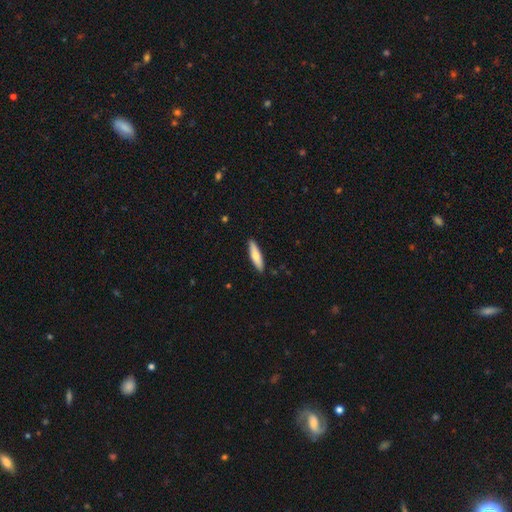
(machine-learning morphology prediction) A smooth galaxy with no disk features (69%) that is cigar-shaped (73%).

Vote fractions:
- Smooth or featured? smooth: 69% / featured or disk: 25% / star or artifact: 5%
- How rounded? cigar-shaped: 73% / in between: 25% / round: 2%
- Merging? none: 90% / minor disturbance: 8% / major disturbance: 1% / merger: 1%